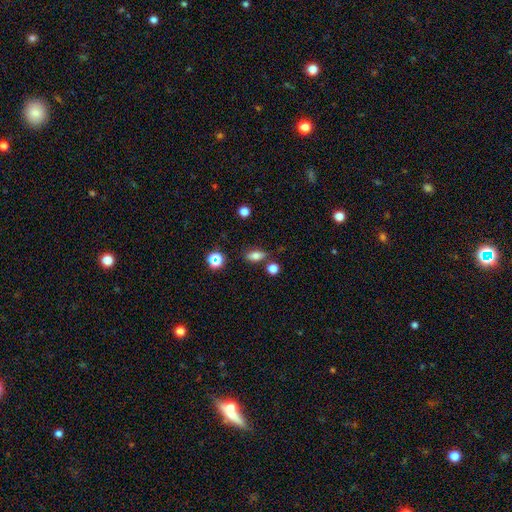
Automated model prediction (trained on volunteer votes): Smooth or featured? Predicted: smooth (p=0.75). How rounded? Predicted: in between (p=0.77). Merging? Predicted: none (p=0.76).